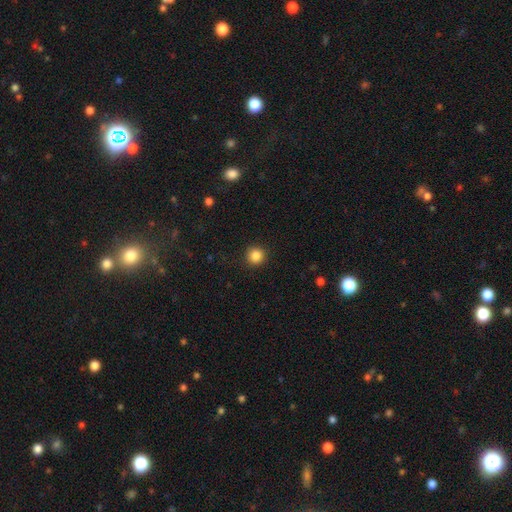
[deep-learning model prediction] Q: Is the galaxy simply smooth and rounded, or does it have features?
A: smooth — 85%.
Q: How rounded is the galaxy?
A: round — 94%.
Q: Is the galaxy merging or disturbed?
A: none — 91%.